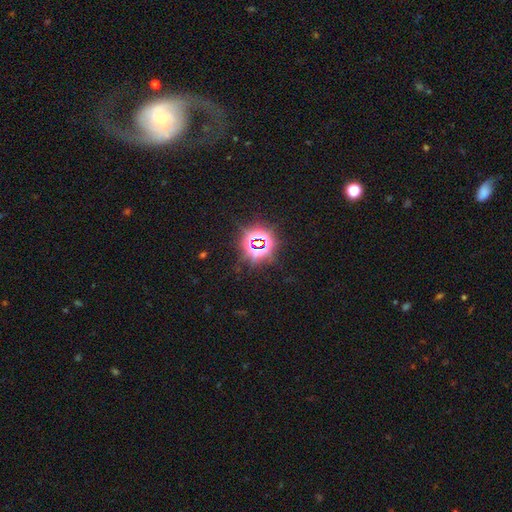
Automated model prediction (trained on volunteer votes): This is clearly a star or artifact rather than a galaxy (81%).